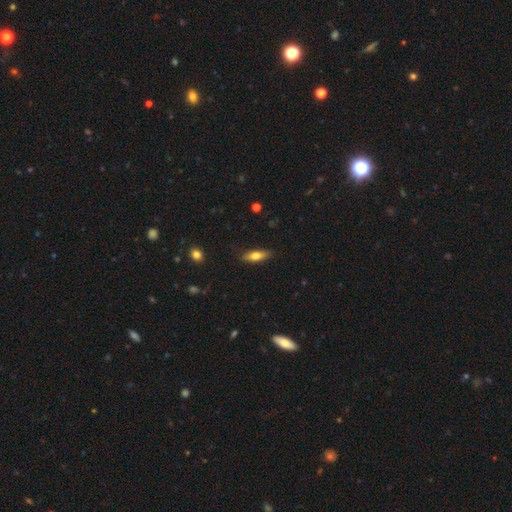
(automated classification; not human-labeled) smooth-or-featured: smooth: 68% | featured or disk: 25% | star or artifact: 7%
  how-rounded: in between: 53% | cigar-shaped: 44% | round: 3%
  merging: none: 83% | minor disturbance: 13% | major disturbance: 3% | merger: 1%